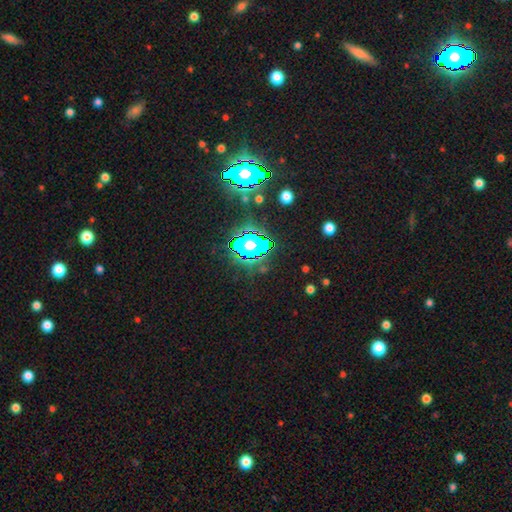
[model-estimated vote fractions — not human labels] The model was most divided on "smooth or featured": star or artifact: 82%, smooth: 10%, featured or disk: 8%.